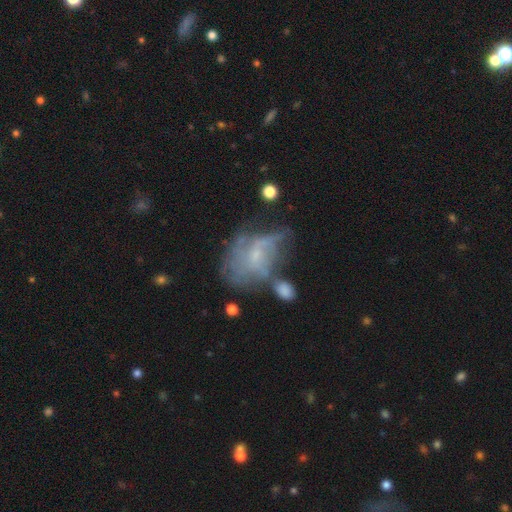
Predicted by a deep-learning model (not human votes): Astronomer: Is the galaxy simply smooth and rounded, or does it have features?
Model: featured or disk — 61%.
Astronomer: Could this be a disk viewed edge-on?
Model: no — 96%.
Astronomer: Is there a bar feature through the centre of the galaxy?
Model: no — 69%.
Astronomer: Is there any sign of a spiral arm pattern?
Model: yes — 55% (runner-up: no, 45%).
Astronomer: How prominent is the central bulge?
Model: small — 66%.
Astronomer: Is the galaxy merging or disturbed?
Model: major disturbance — 33% (runner-up: none, 27%).